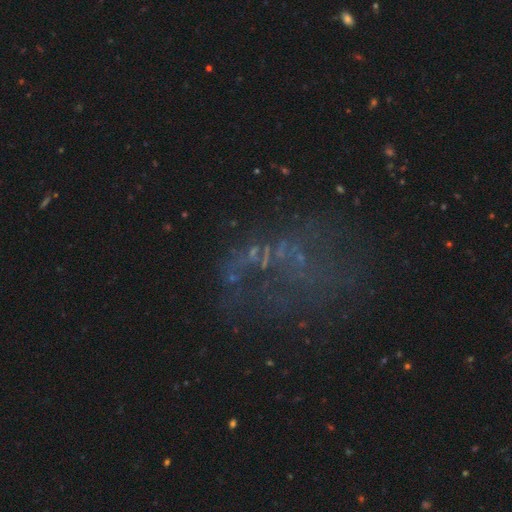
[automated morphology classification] A featured or disk galaxy (45%). Merging: none (44%).